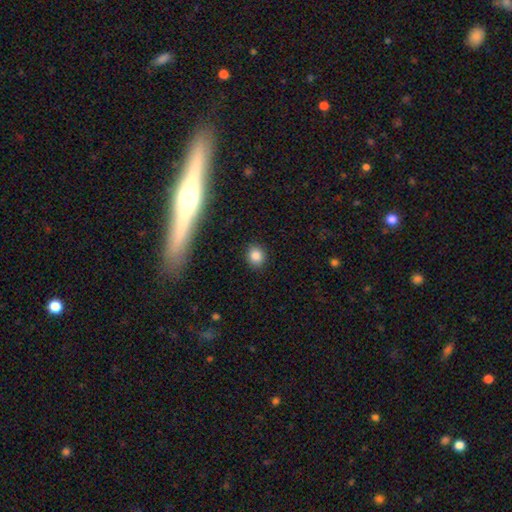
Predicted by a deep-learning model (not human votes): smooth-or-featured: smooth: 82% | star or artifact: 12% | featured or disk: 5%
  how-rounded: round: 80% | in between: 19% | cigar-shaped: 1%
  merging: none: 90% | minor disturbance: 7% | major disturbance: 2% | merger: 1%